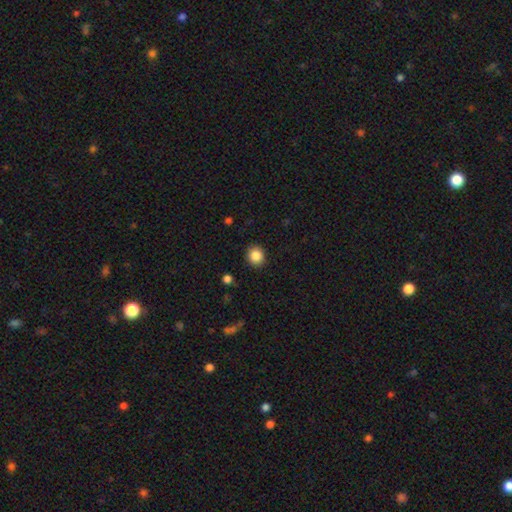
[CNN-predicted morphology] A smooth galaxy with no disk features (86%) that is round (83%). Merging: none (91%).